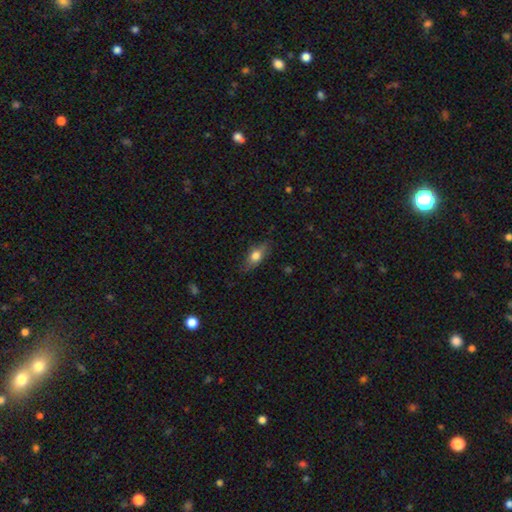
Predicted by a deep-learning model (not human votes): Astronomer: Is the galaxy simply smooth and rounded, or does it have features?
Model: smooth — 69%.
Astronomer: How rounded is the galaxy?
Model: in between — 75%.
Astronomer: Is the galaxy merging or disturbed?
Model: none — 77%.